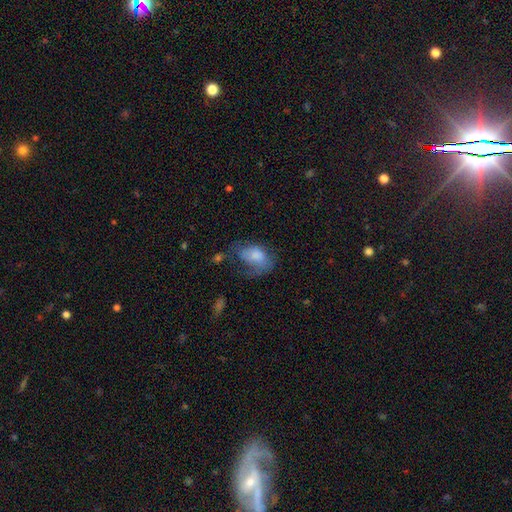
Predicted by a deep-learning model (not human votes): Smooth or featured: smooth — 65% (featured or disk — 26%)
How rounded: in between — 85% (round — 14%)
Merging: major disturbance — 41% (minor disturbance — 27%)